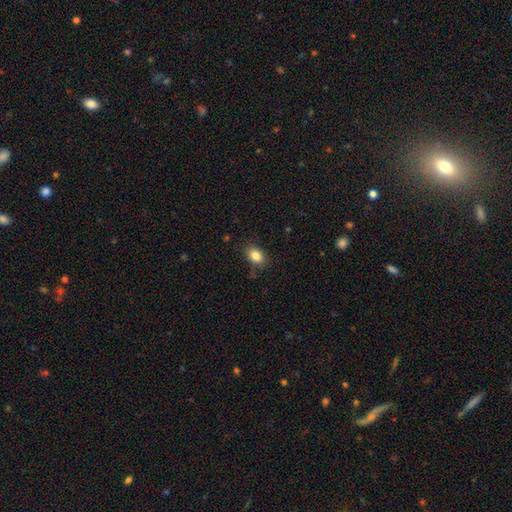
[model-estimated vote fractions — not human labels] smooth_or_featured: smooth (p=0.85) [alt: star or artifact p=0.09]
how_rounded: in between (p=0.79) [alt: round p=0.20]
merging: none (p=0.83) [alt: minor disturbance p=0.12]